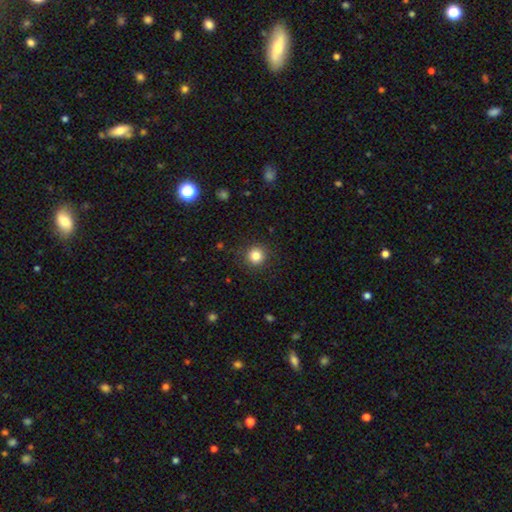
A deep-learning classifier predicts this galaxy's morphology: Smooth or featured? smooth (83%)
How rounded? round (94%)
Merging? none (90%)